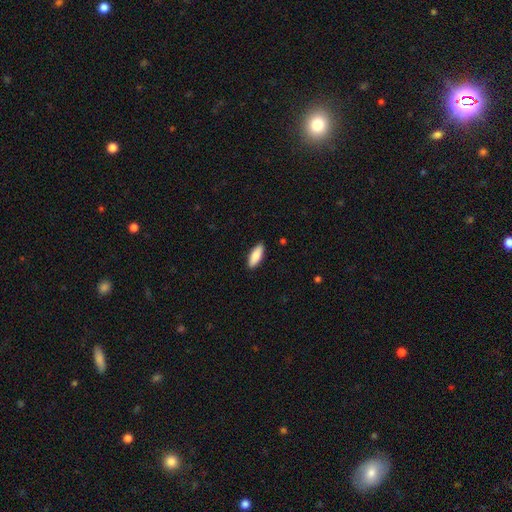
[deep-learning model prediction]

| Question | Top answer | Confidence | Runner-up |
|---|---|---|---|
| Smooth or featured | smooth | 84% | featured or disk (10%) |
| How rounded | in between | 74% | cigar-shaped (24%) |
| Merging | none | 89% | minor disturbance (8%) |